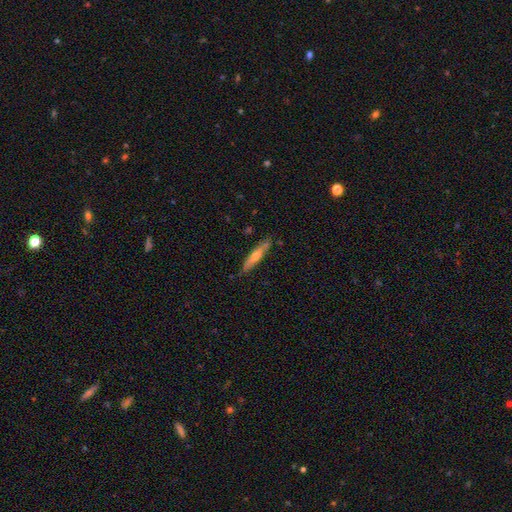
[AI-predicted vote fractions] Smooth or featured?
  - smooth: 52% *
  - featured or disk: 42%
  - star or artifact: 6%
How rounded?
  - cigar-shaped: 87% *
  - in between: 12%
  - round: 2%
Merging?
  - none: 80% *
  - minor disturbance: 15%
  - merger: 3%
  - major disturbance: 2%